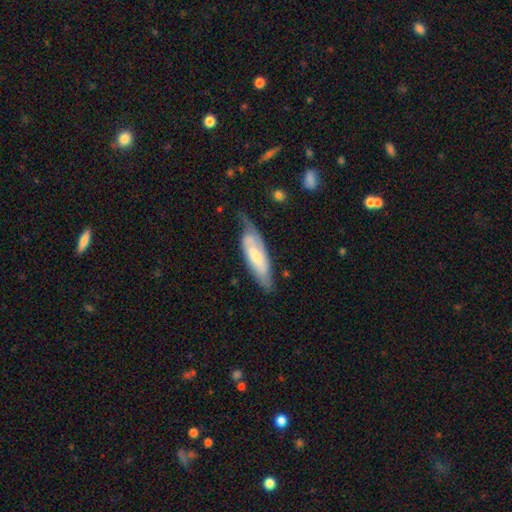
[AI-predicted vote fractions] The model was most divided on "merging": none: 44%, minor disturbance: 34%, major disturbance: 18%, merger: 3%. More confident: edge-on disk — no (73%); smooth or featured — featured or disk (54%).